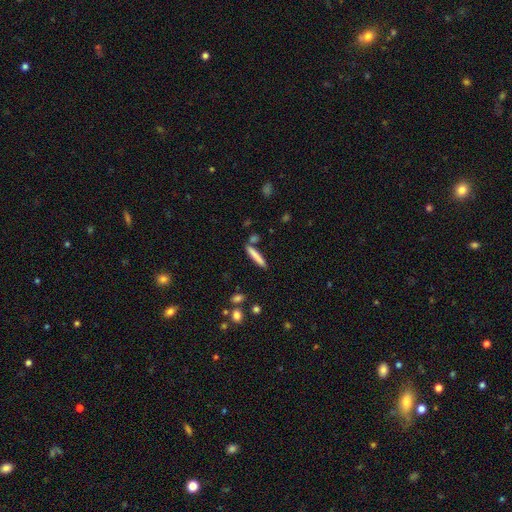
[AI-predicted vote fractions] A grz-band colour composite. It shows a smooth galaxy with no disk features (77%) that is cigar-shaped (93%). Merging: none (83%).